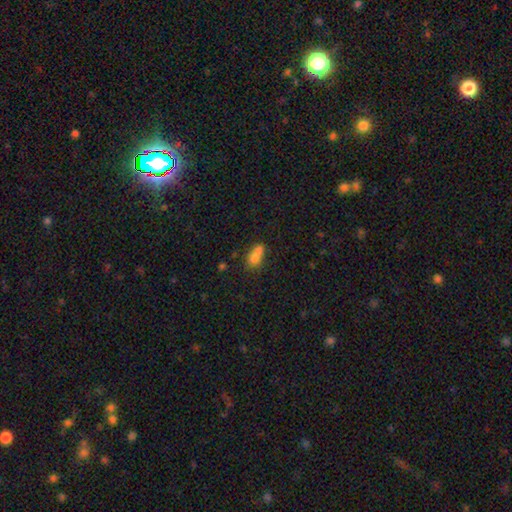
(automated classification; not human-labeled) This is likely a smooth galaxy (71%). How rounded: likely in between (61%). Merging: likely merger (64%).